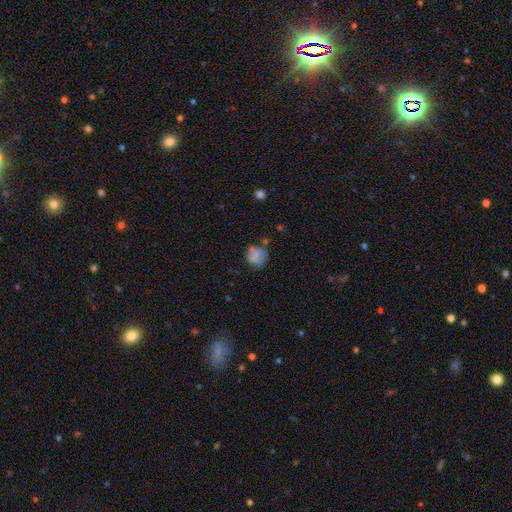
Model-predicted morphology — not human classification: A smooth galaxy with no disk features (73%) that is round (79%).

Vote fractions:
- Smooth or featured? smooth: 73% / featured or disk: 16% / star or artifact: 11%
- How rounded? round: 79% / in between: 20% / cigar-shaped: 1%
- Merging? none: 65% / minor disturbance: 22% / major disturbance: 9% / merger: 4%